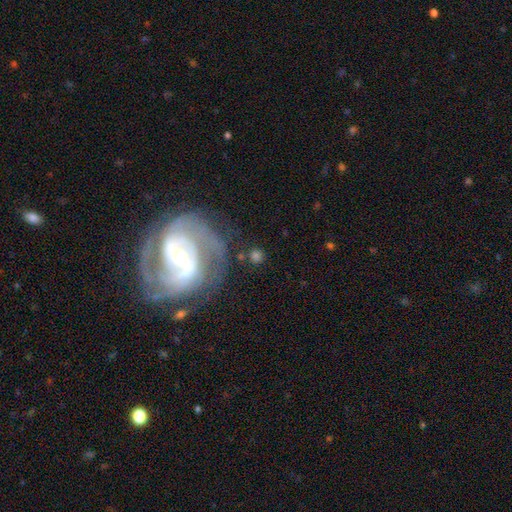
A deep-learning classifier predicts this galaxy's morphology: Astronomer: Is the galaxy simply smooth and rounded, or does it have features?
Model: smooth — 64%.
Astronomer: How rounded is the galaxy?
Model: round — 86%.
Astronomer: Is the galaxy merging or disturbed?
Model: none — 75%.